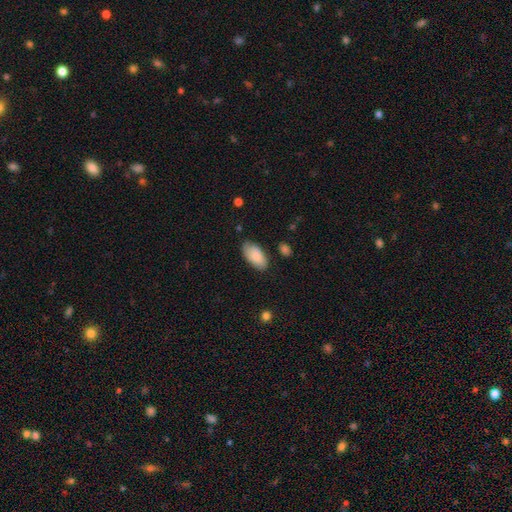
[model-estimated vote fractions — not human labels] A smooth galaxy with no disk features (81%) that is in between round and cigar-shaped (94%).

Vote fractions:
- Smooth or featured? smooth: 81% / featured or disk: 12% / star or artifact: 6%
- How rounded? in between: 94% / cigar-shaped: 3% / round: 3%
- Merging? none: 74% / minor disturbance: 20% / major disturbance: 4% / merger: 2%